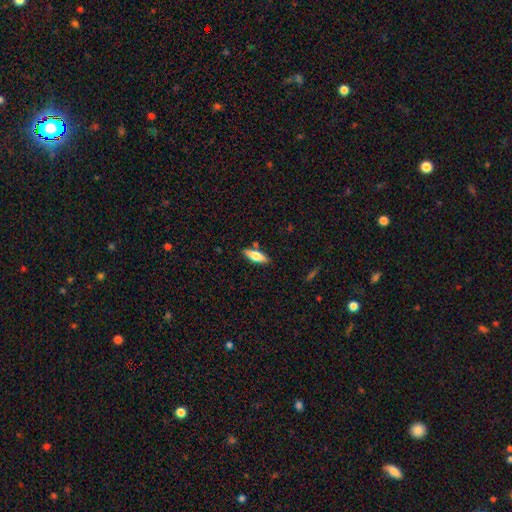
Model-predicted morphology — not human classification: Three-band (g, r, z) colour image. It shows a smooth galaxy with no disk features (67%) that is in between round and cigar-shaped (57%). Merging: none (82%).